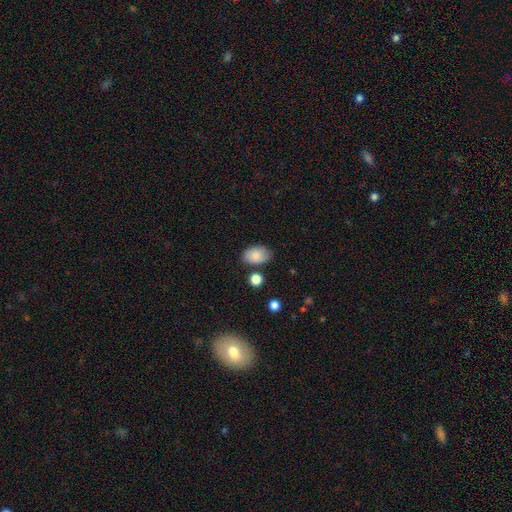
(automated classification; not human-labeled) A smooth galaxy with no disk features (82%) that is in between round and cigar-shaped (87%). Merging: none (73%).